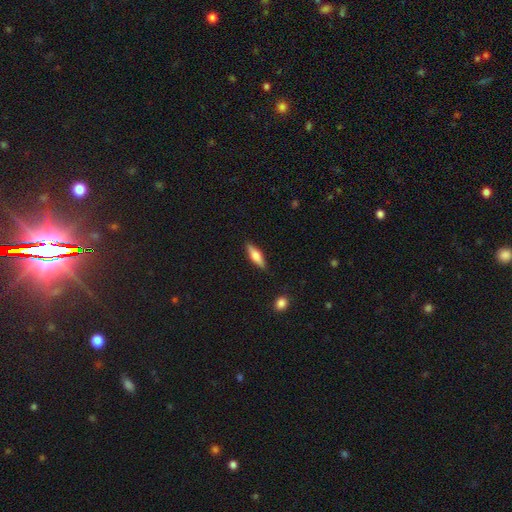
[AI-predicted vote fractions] smooth_or_featured: smooth (p=0.55) [alt: featured or disk p=0.38]
how_rounded: cigar-shaped (p=0.61) [alt: in between p=0.36]
merging: none (p=0.87) [alt: minor disturbance p=0.10]